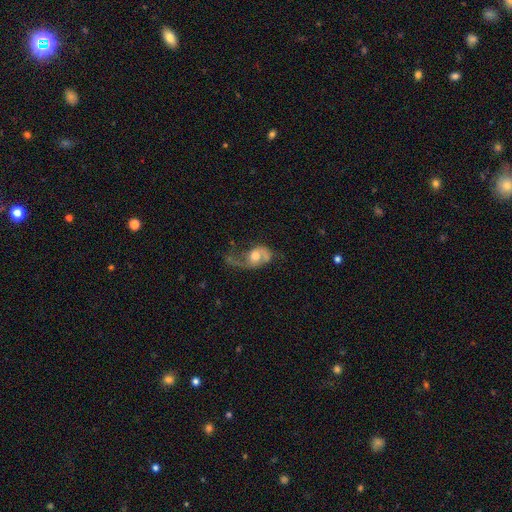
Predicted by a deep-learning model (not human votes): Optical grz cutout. It shows a featured or disk galaxy (65%) with no bar (74%), 1 (47%) loose (65%) spiral arms (82%) and a moderate central bulge (53%). Merging: major disturbance (50%).